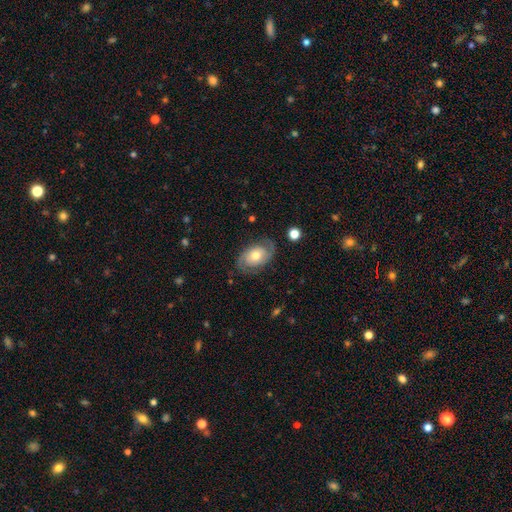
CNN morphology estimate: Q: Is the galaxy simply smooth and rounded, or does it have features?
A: featured or disk — 77%.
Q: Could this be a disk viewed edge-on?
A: no — 96%.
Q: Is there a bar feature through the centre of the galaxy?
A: no — 73%.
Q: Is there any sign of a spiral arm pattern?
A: yes — 91%.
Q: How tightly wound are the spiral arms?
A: medium — 43%.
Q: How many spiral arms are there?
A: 2 — 88%.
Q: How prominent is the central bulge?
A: moderate — 69%.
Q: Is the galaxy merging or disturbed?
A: none — 78%.